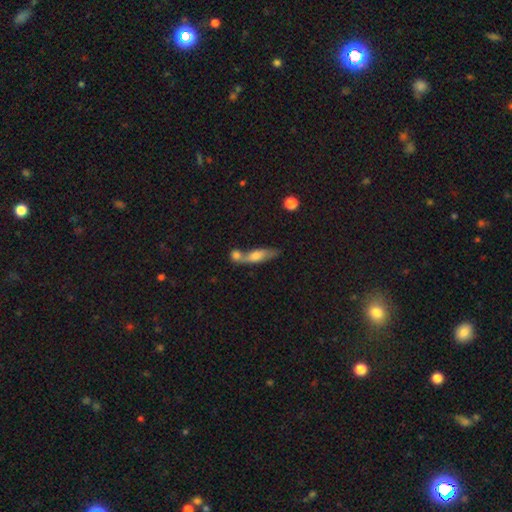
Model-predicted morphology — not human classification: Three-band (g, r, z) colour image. It shows a smooth galaxy with no disk features (57%) that is cigar-shaped (51%). Merging: merger (43%).